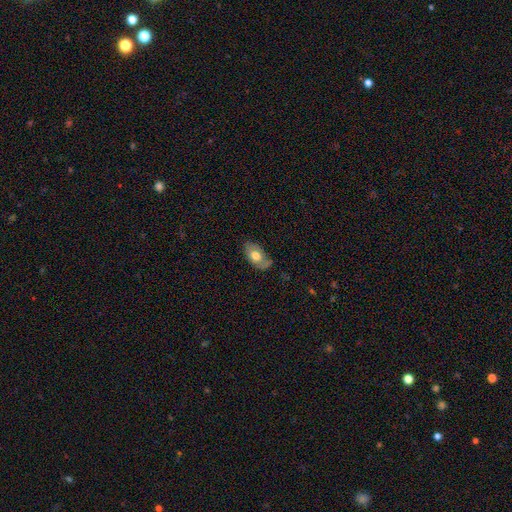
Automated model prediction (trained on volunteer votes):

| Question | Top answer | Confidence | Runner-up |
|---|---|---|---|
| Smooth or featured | smooth | 60% | featured or disk (33%) |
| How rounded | in between | 91% | round (7%) |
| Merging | none | 62% | minor disturbance (28%) |